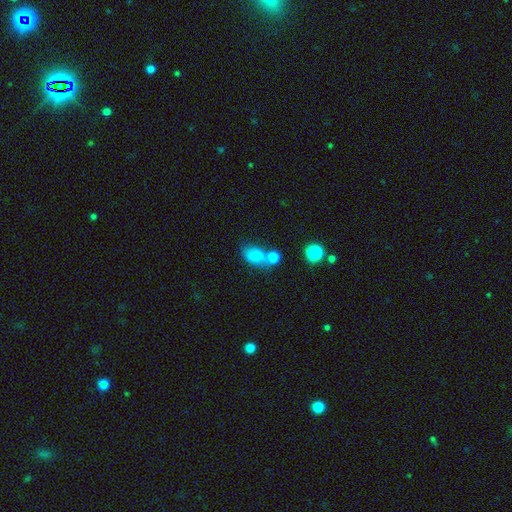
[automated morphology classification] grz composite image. It shows a smooth galaxy with no disk features (80%) that is in between round and cigar-shaped (72%). Merging: none (40%).